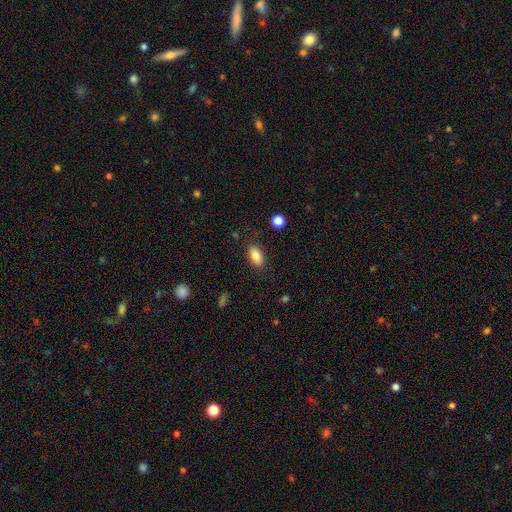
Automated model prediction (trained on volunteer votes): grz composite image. It shows a smooth galaxy with no disk features (85%) that is in between round and cigar-shaped (90%). Merging: none (84%).